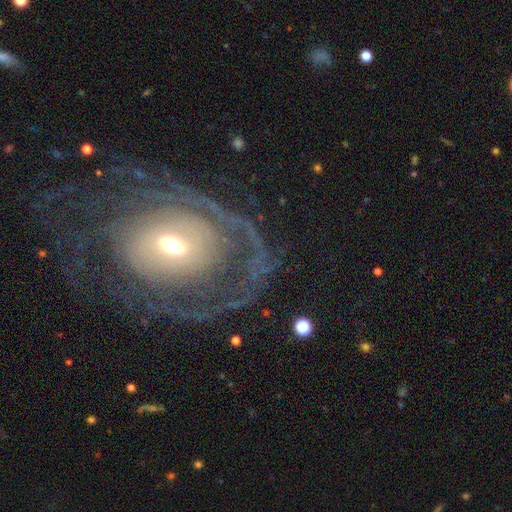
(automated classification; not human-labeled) The model was most divided on "bulge size": moderate: 51%, small: 39%, large: 7%, dominant: 2%, none: 1%. Remaining: edge-on disk — no (95%); smooth or featured — featured or disk (78%); spiral arms — yes (72%); bar — no (61%); spiral winding — tight (60%); merging — none (57%); spiral arm count — can't tell (42%).